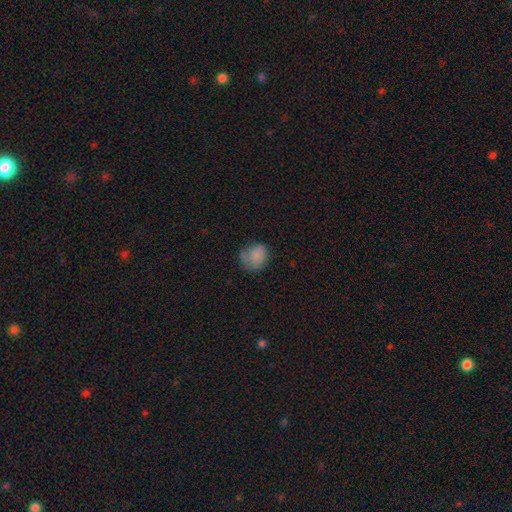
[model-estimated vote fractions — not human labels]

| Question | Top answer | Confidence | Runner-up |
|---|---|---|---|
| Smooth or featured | smooth | 81% | featured or disk (10%) |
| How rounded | round | 71% | in between (28%) |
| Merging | none | 55% | minor disturbance (30%) |